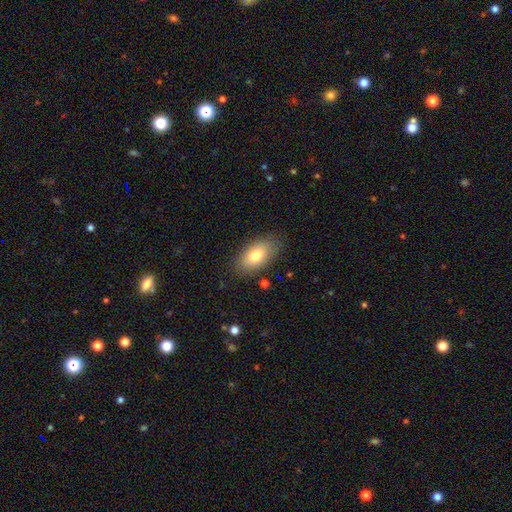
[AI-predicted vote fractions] Smooth or featured?
  - smooth: 77% *
  - featured or disk: 15%
  - star or artifact: 8%
How rounded?
  - in between: 90% *
  - round: 6%
  - cigar-shaped: 3%
Merging?
  - none: 81% *
  - minor disturbance: 13%
  - major disturbance: 4%
  - merger: 2%